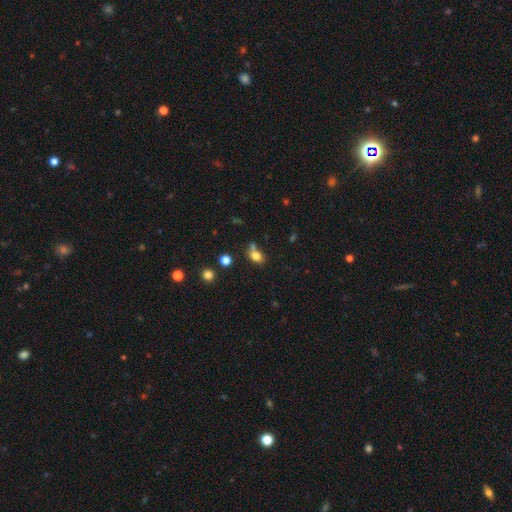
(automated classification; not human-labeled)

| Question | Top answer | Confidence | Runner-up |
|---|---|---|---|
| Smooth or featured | smooth | 78% | star or artifact (13%) |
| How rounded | in between | 64% | round (34%) |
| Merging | none | 48% | merger (27%) |